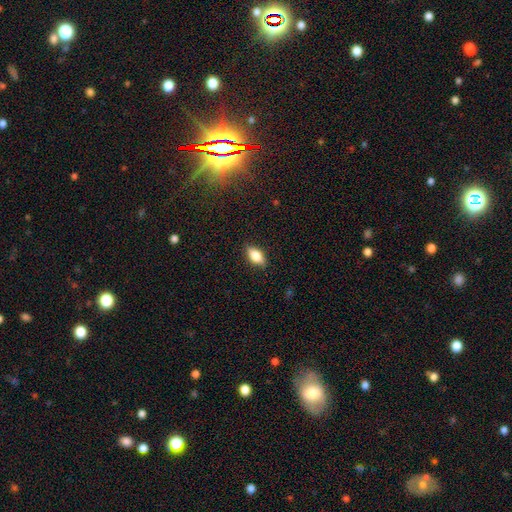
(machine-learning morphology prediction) smooth_or_featured: smooth (p=0.76) [alt: featured or disk p=0.17]
how_rounded: in between (p=0.86) [alt: cigar-shaped p=0.09]
merging: none (p=0.86) [alt: minor disturbance p=0.11]